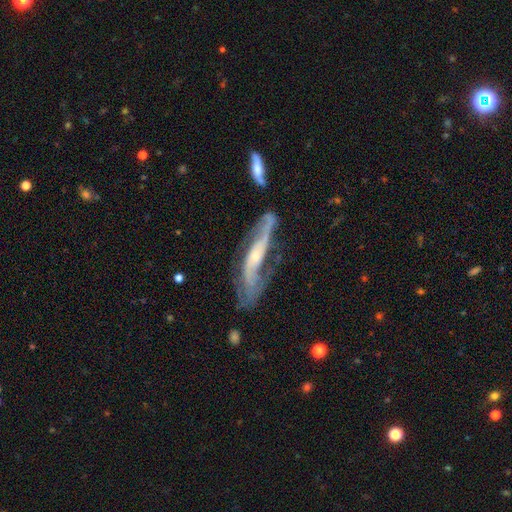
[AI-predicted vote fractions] This is clearly a featured or disk galaxy (81%). It is likely not viewed edge-on (70%). Bar: marginally no (45%). Spiral arm pattern: clearly yes (90%). Spiral arm count: likely 2 (72%). Spiral winding: marginally medium (41%). Central bulge: likely small (62%). Merging: possibly none (53%).